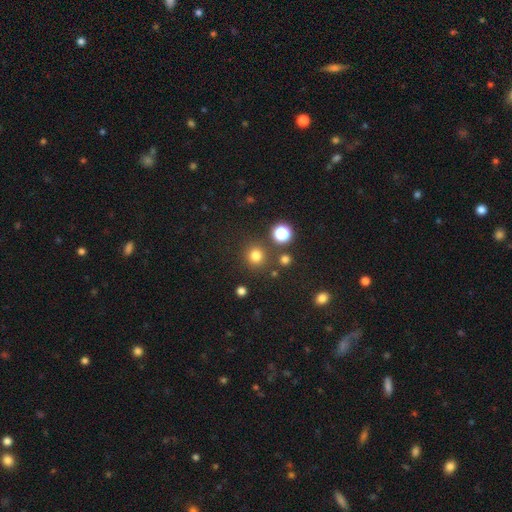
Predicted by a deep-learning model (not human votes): A smooth galaxy with no disk features (76%) that is round (92%).

Vote fractions:
- Smooth or featured? smooth: 76% / star or artifact: 19% / featured or disk: 5%
- How rounded? round: 92% / in between: 7% / cigar-shaped: 1%
- Merging? none: 84% / minor disturbance: 7% / merger: 5% / major disturbance: 3%